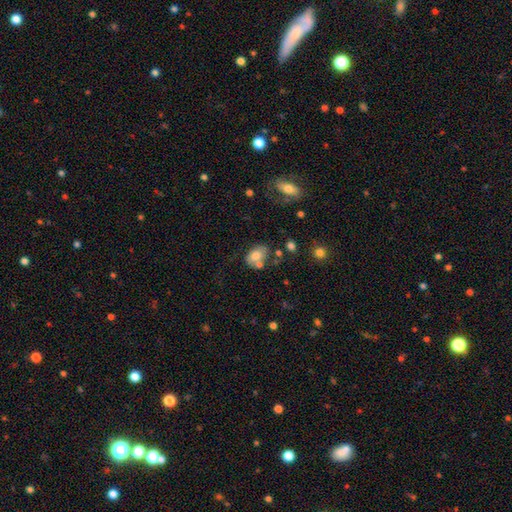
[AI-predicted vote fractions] Q: Smooth or featured?
A: smooth (71%); runner-up: featured or disk (20%)
Q: How rounded?
A: in between (83%); runner-up: round (16%)
Q: Merging?
A: none (46%); runner-up: merger (24%)